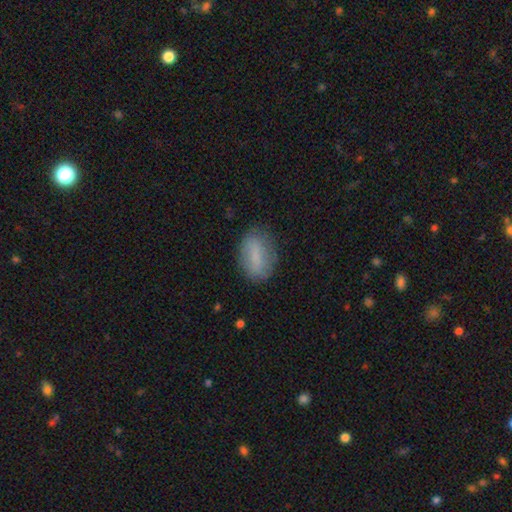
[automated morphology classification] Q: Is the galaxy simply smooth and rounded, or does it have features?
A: smooth — 75%.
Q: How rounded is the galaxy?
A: in between — 86%.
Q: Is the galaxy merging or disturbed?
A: none — 77%.